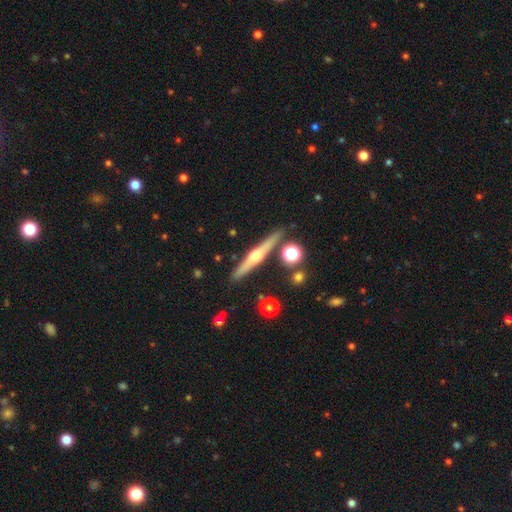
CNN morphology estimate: smooth-or-featured: featured or disk: 72% | smooth: 21% | star or artifact: 7%
  disk-edge-on: yes: 98% | no: 2%
    edge-on-bulge: rounded: 89% | boxy: 5% | none: 5%
  merging: none: 87% | minor disturbance: 8% | merger: 4% | major disturbance: 2%